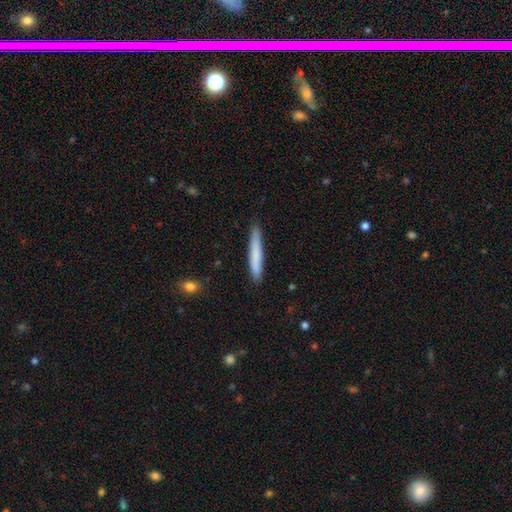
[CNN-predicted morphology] Q: Smooth or featured?
A: smooth (76%); runner-up: featured or disk (19%)
Q: How rounded?
A: cigar-shaped (95%); runner-up: in between (4%)
Q: Merging?
A: none (86%); runner-up: minor disturbance (11%)